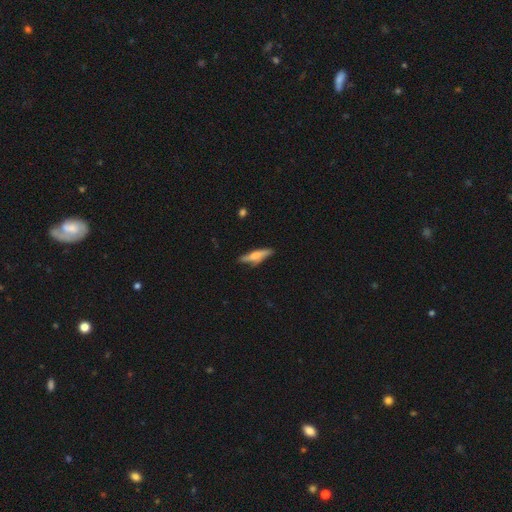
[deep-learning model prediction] Smooth or featured: smooth — 51% (featured or disk — 42%)
How rounded: cigar-shaped — 74% (in between — 24%)
Merging: none — 75% (minor disturbance — 19%)